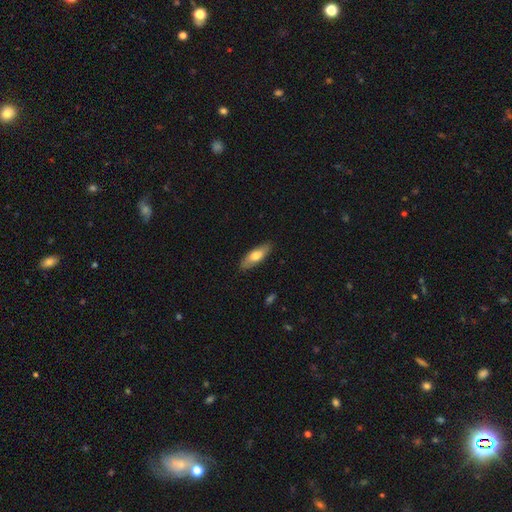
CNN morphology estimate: Smooth or featured?
  - smooth: 67% *
  - featured or disk: 27%
  - star or artifact: 6%
How rounded?
  - in between: 62% *
  - cigar-shaped: 36%
  - round: 2%
Merging?
  - none: 86% *
  - minor disturbance: 11%
  - major disturbance: 2%
  - merger: 1%